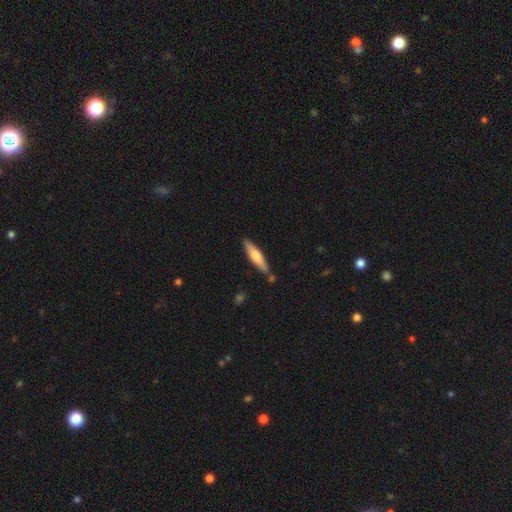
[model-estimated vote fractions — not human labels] smooth-or-featured: smooth: 57% | featured or disk: 38% | star or artifact: 5%
  how-rounded: cigar-shaped: 80% | in between: 19% | round: 1%
  merging: none: 82% | minor disturbance: 11% | merger: 4% | major disturbance: 2%